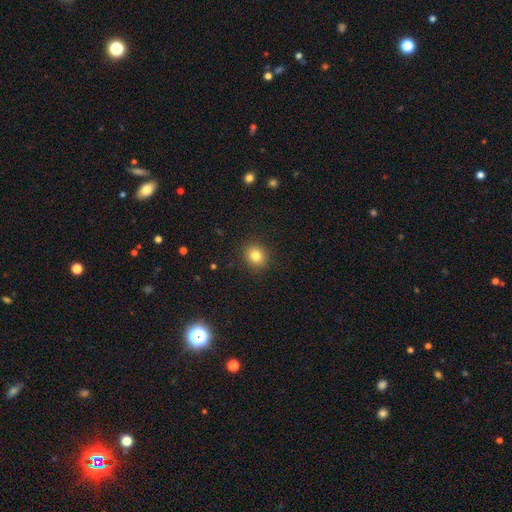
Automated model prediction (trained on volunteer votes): smooth-or-featured: smooth: 82% | star or artifact: 11% | featured or disk: 7%
  how-rounded: round: 69% | in between: 30% | cigar-shaped: 1%
  merging: none: 90% | minor disturbance: 7% | major disturbance: 2% | merger: 1%